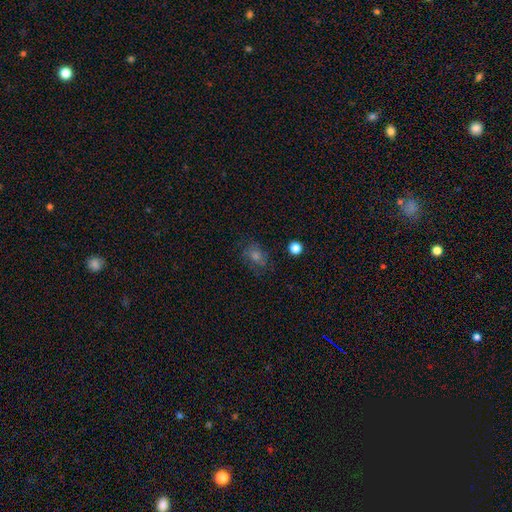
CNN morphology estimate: A smooth galaxy with no disk features (44%).

Vote fractions:
- Smooth or featured? smooth: 44% / featured or disk: 29% / star or artifact: 28%
- Merging? none: 73% / minor disturbance: 17% / major disturbance: 8% / merger: 2%